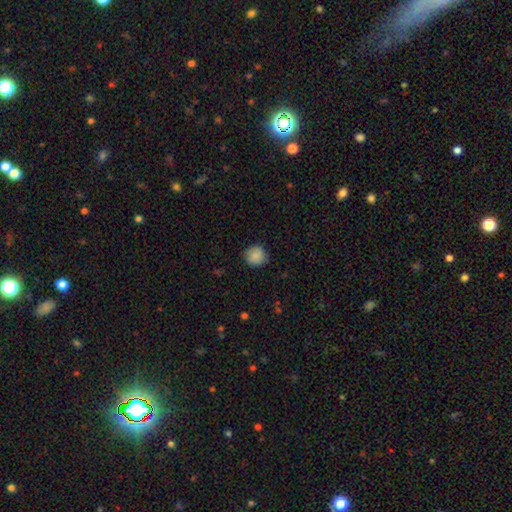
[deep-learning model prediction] Q: Smooth or featured?
A: smooth (86%); runner-up: star or artifact (8%)
Q: How rounded?
A: round (87%); runner-up: in between (12%)
Q: Merging?
A: none (84%); runner-up: minor disturbance (12%)